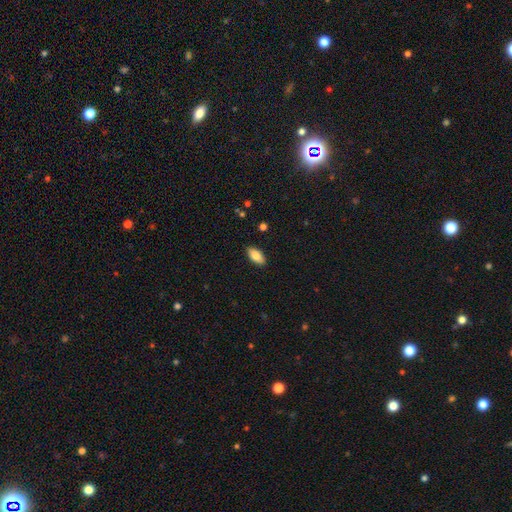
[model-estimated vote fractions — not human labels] The model was most divided on "smooth or featured": smooth: 83%, featured or disk: 10%, star or artifact: 7%. More confident: how rounded — in between (91%); merging — none (89%).